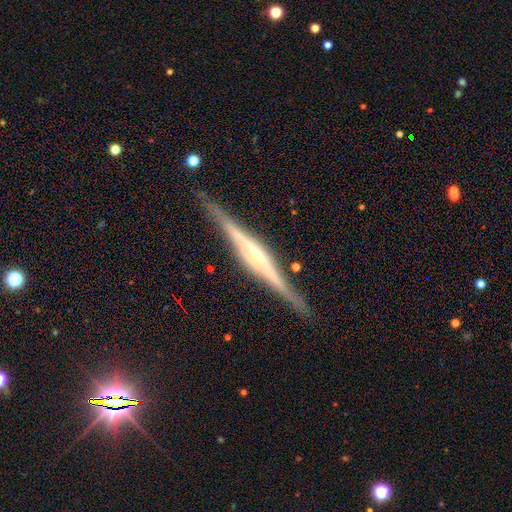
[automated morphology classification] Q: Smooth or featured?
A: featured or disk (87%); runner-up: smooth (8%)
Q: Edge-on disk?
A: yes (98%); runner-up: no (2%)
Q: Edge-on bulge?
A: rounded (52%); runner-up: boxy (36%)
Q: Merging?
A: none (89%); runner-up: minor disturbance (8%)